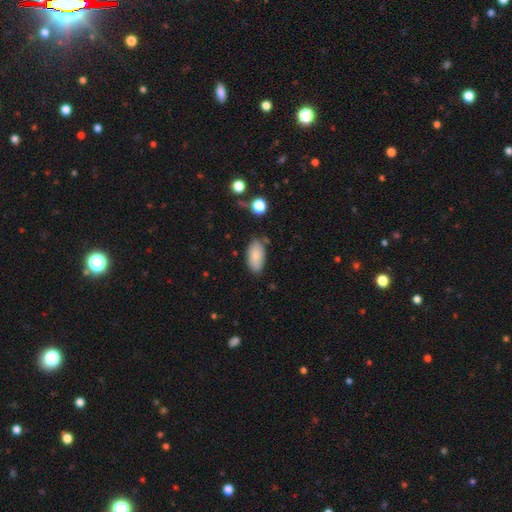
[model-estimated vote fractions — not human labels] A smooth galaxy with no disk features (83%) that is in between round and cigar-shaped (94%). Merging: none (76%).